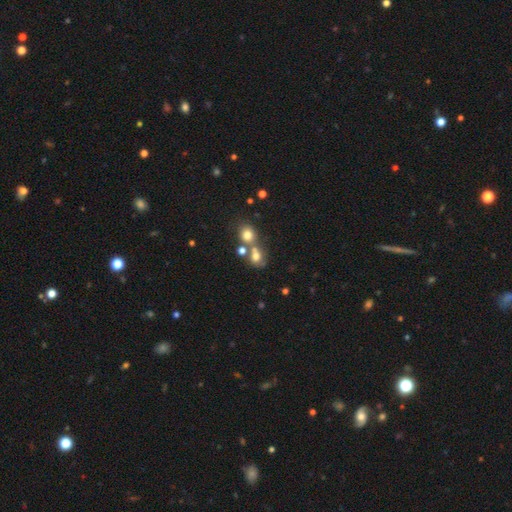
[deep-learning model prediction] Smooth or featured?
  - smooth: 67% *
  - featured or disk: 17%
  - star or artifact: 16%
How rounded?
  - round: 64% *
  - in between: 34%
  - cigar-shaped: 1%
Merging?
  - merger: 46% *
  - none: 37%
  - minor disturbance: 11%
  - major disturbance: 7%